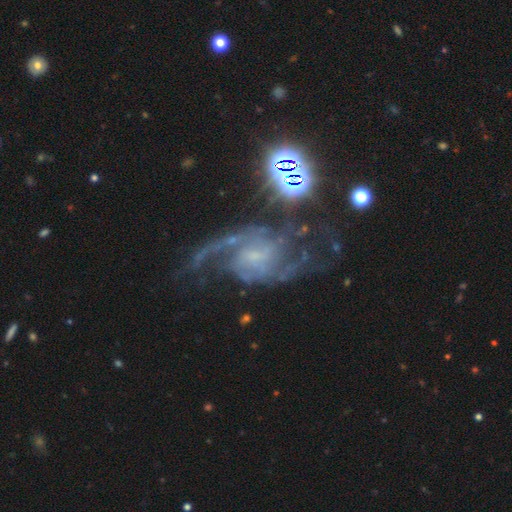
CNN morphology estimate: smooth_or_featured: featured or disk (p=0.85) [alt: star or artifact p=0.10]
disk_edge_on: no (p=0.97) [alt: yes p=0.03]
bar: weak (p=0.45) [alt: no p=0.44]
has_spiral_arms: yes (p=0.96) [alt: no p=0.04]
spiral_winding: medium (p=0.46) [alt: loose p=0.40]
spiral_arm_count: 2 (p=0.69) [alt: can't tell p=0.11]
bulge_size: small (p=0.51) [alt: none p=0.28]
merging: none (p=0.52) [alt: major disturbance p=0.25]